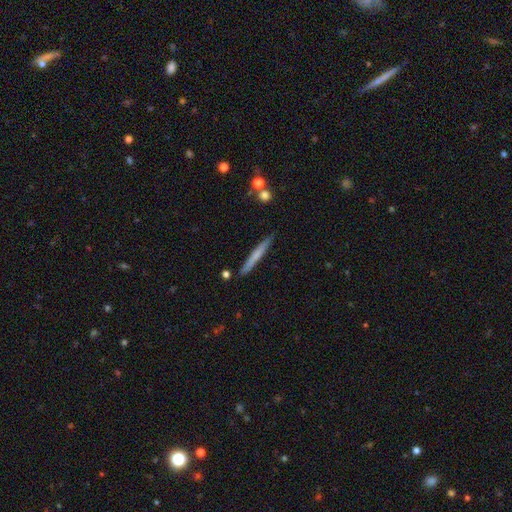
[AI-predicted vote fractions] Overall: smooth (60%; featured or disk 34%). How rounded: cigar-shaped (96%). Merging: none (88%).